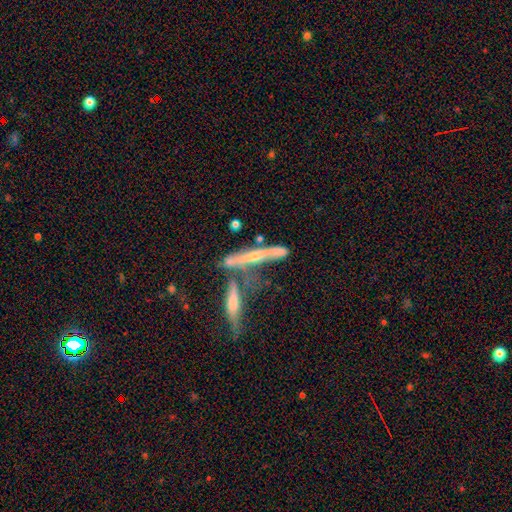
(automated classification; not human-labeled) Overall: featured or disk (64%; smooth 27%). Edge-on disk: yes (85%). Edge-on bulge: rounded (68%). Merging: none (41%; merger 36%).